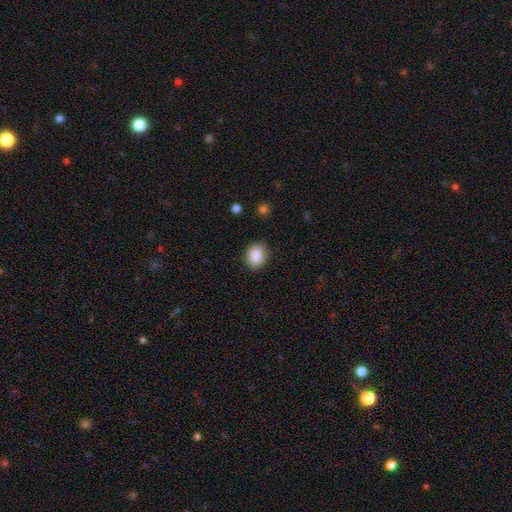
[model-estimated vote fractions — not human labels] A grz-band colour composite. It shows a smooth galaxy with no disk features (88%) that is in between round and cigar-shaped (55%). Merging: none (84%).